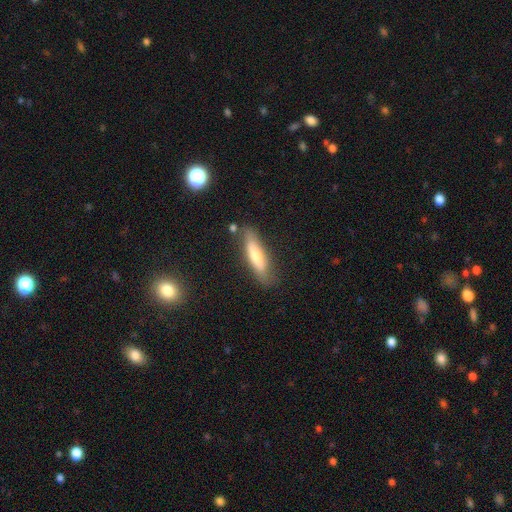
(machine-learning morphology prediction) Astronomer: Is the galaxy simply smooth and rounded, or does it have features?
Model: smooth — 62%.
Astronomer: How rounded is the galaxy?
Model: cigar-shaped — 74%.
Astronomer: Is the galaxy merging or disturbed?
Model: none — 76%.